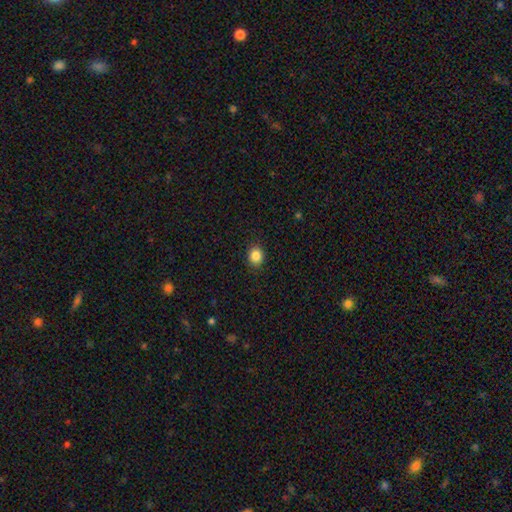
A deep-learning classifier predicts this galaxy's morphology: This is clearly a smooth galaxy (86%). How rounded: likely round (64%). Merging: clearly none (90%).